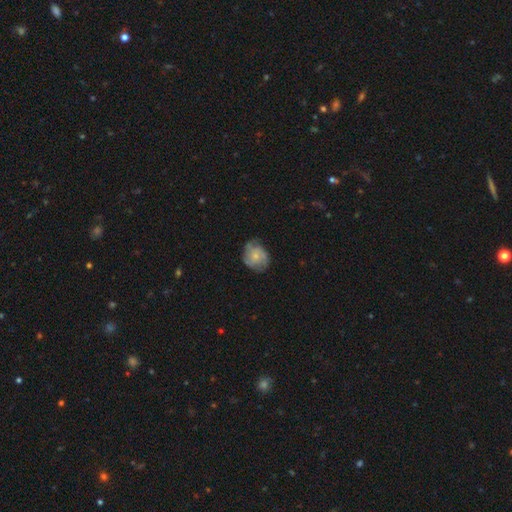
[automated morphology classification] Smooth or featured? featured or disk (55%)
Edge-on disk? no (98%)
Bar? no (79%)
Spiral arms? yes (84%)
Bulge size? small (63%)
Merging? none (65%)